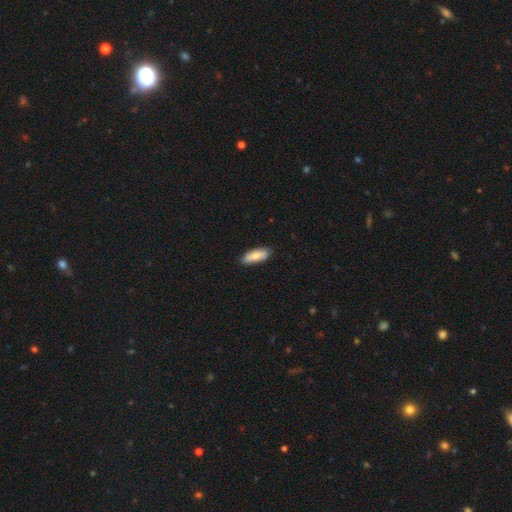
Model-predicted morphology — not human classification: Smooth or featured: smooth — 75% (featured or disk — 19%)
How rounded: in between — 70% (cigar-shaped — 27%)
Merging: none — 84% (minor disturbance — 13%)